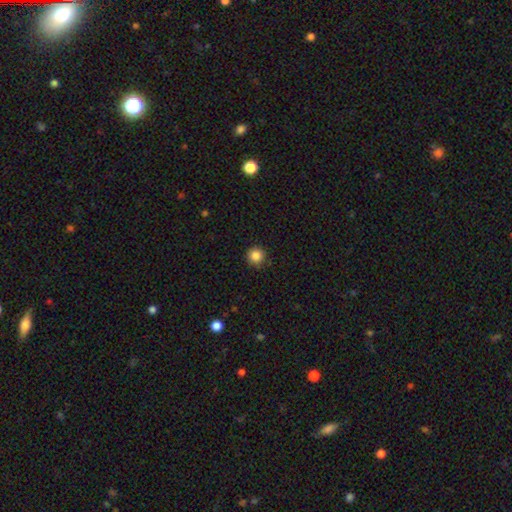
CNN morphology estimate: The model was most divided on "smooth or featured": smooth: 85%, star or artifact: 11%, featured or disk: 4%. More confident: how rounded — round (95%); merging — none (91%).